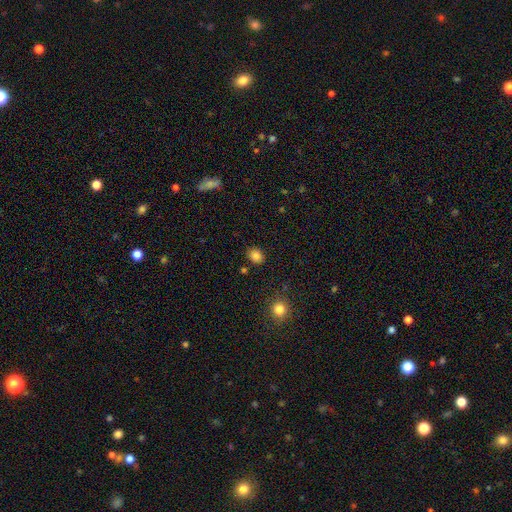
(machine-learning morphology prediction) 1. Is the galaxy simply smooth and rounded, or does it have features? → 84% smooth, 11% star or artifact, 5% featured or disk.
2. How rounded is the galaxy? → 58% round, 41% in between, 1% cigar-shaped.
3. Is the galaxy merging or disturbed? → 85% none, 9% minor disturbance, 3% merger, 3% major disturbance.